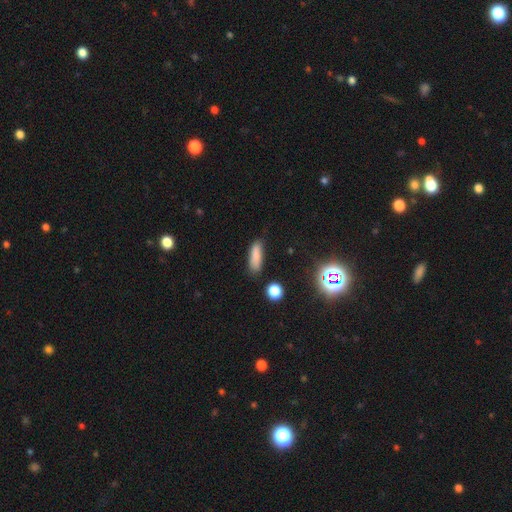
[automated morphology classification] Overall: smooth (83%). How rounded: in between (50%; cigar-shaped 47%). Merging: none (80%).